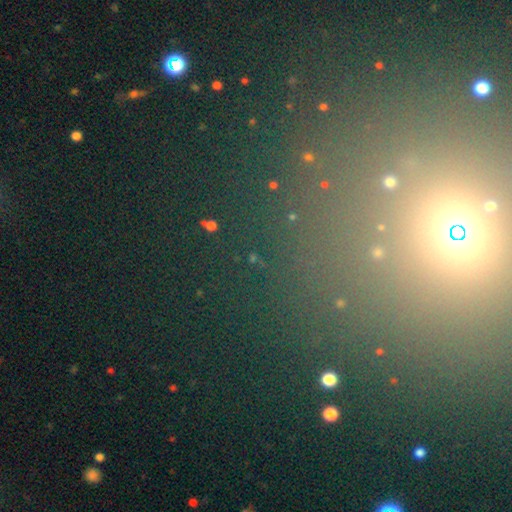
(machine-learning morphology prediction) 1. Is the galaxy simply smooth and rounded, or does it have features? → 71% star or artifact, 19% smooth, 10% featured or disk.